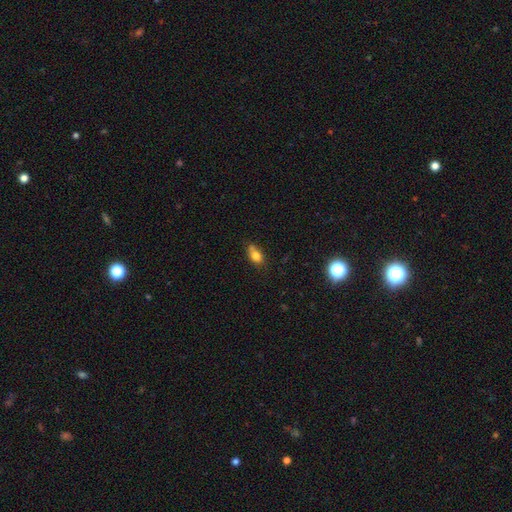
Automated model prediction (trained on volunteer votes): Smooth or featured? Predicted: smooth (p=0.78). How rounded? Predicted: in between (p=0.73). Merging? Predicted: none (p=0.51).